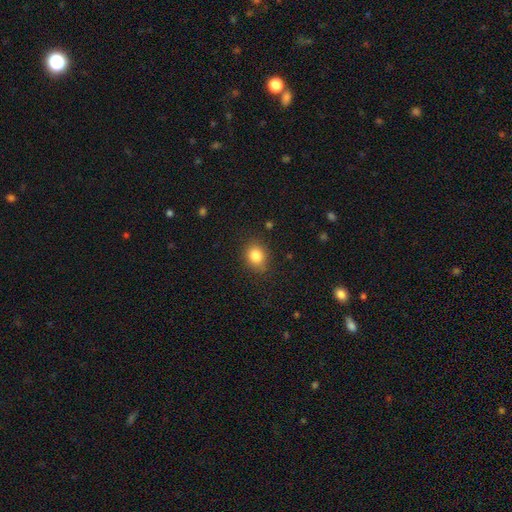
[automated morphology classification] The model was most divided on "how rounded": round: 59%, in between: 40%, cigar-shaped: 1%. More confident: merging — none (84%); smooth or featured — smooth (84%).